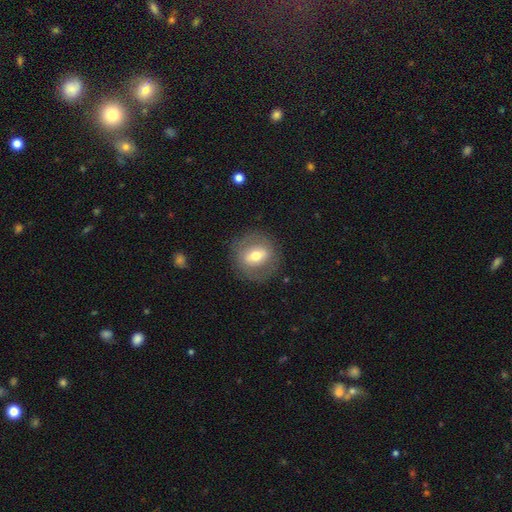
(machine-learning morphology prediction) Smooth or featured? smooth (50%)
How rounded? round (74%)
Merging? none (80%)